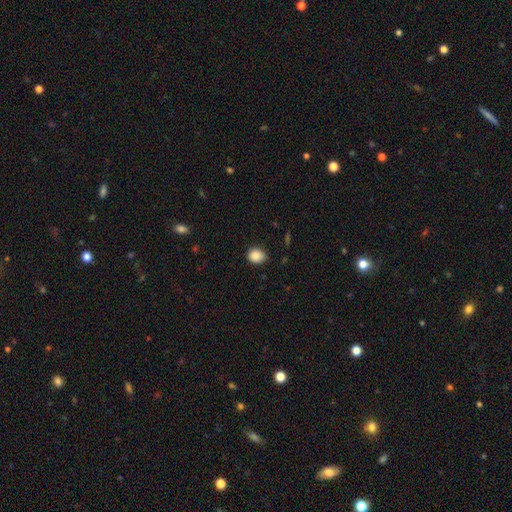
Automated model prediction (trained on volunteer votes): Morphology: type=smooth (87%); roundness=round (65%); merging=none (82%).